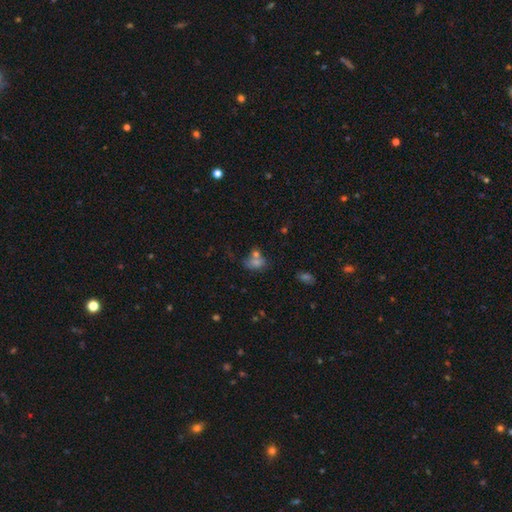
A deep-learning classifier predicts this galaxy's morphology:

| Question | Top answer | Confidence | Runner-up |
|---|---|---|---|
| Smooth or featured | smooth | 54% | star or artifact (30%) |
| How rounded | in between | 52% | round (45%) |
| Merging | none | 41% | merger (35%) |